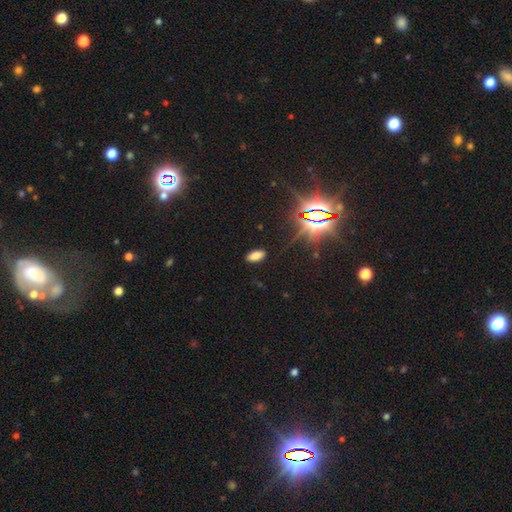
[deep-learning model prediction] smooth_or_featured: smooth (p=0.73) [alt: star or artifact p=0.20]
how_rounded: in between (p=0.91) [alt: cigar-shaped p=0.06]
merging: none (p=0.88) [alt: minor disturbance p=0.08]